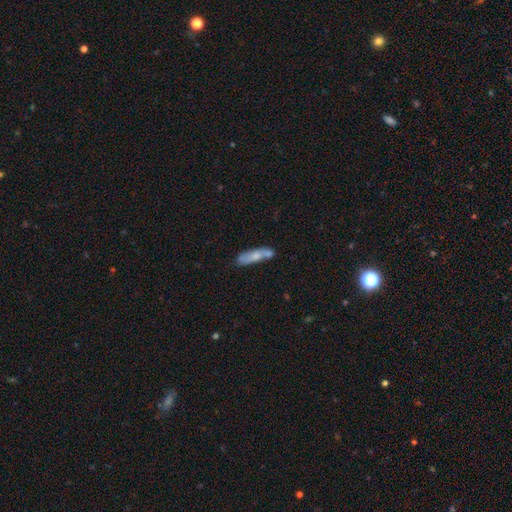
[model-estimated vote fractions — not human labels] A smooth galaxy with no disk features (62%) that is cigar-shaped (70%). Merging: none (52%).